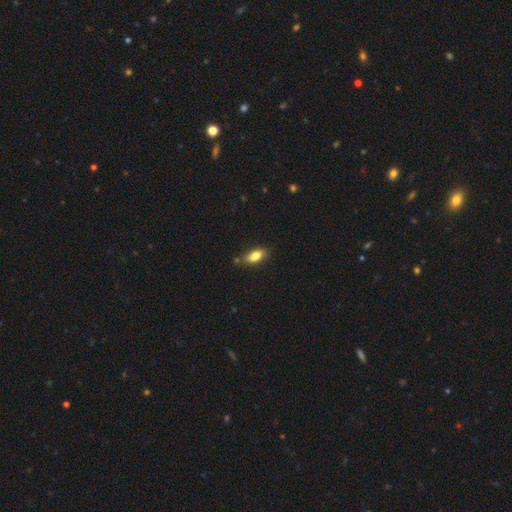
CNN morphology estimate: Smooth or featured? Predicted: smooth (p=0.81). How rounded? Predicted: in between (p=0.85). Merging? Predicted: none (p=0.74).